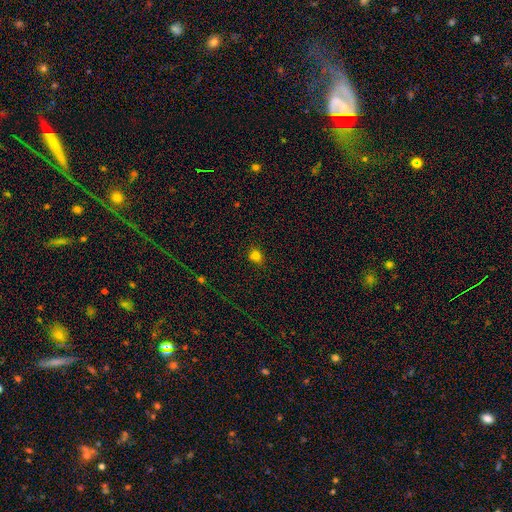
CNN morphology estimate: Smooth or featured? smooth (78%)
How rounded? round (74%)
Merging? none (81%)